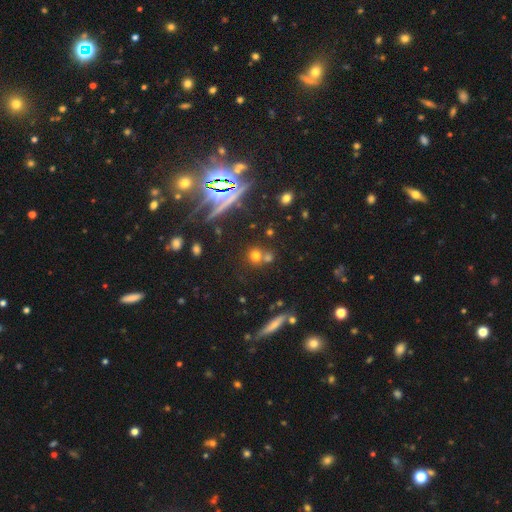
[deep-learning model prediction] smooth_or_featured: smooth (p=0.62) [alt: star or artifact p=0.24]
how_rounded: round (p=0.86) [alt: in between p=0.11]
merging: none (p=0.61) [alt: merger p=0.26]